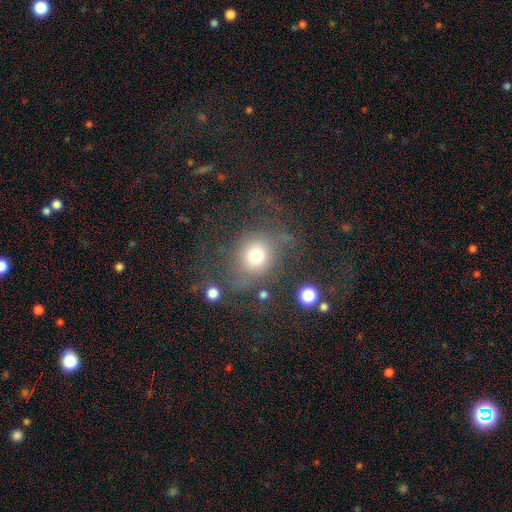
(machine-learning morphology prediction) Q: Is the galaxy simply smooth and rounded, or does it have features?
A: smooth — 68%.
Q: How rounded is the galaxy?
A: round — 76%.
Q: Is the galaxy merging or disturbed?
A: none — 55%.